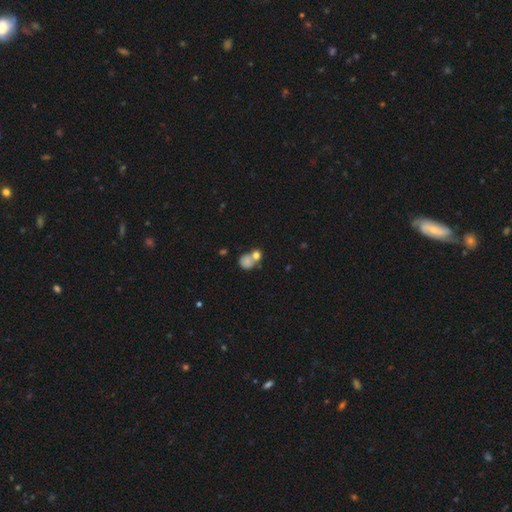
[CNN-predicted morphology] smooth-or-featured: smooth: 76% | featured or disk: 13% | star or artifact: 12%
  how-rounded: round: 72% | in between: 27% | cigar-shaped: 1%
  merging: merger: 50% | none: 35% | minor disturbance: 9% | major disturbance: 6%